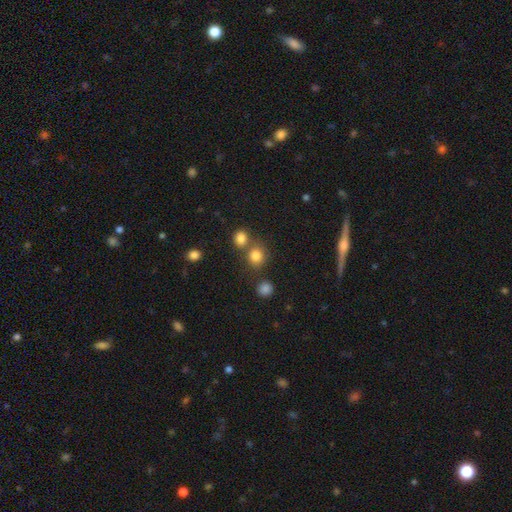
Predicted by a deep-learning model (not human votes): Smooth or featured? smooth (81%)
How rounded? round (80%)
Merging? none (61%)